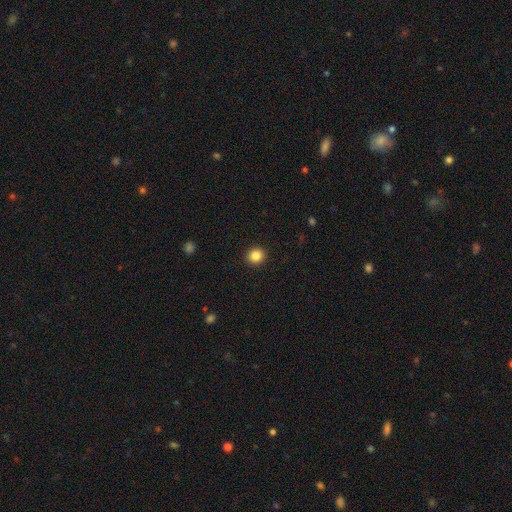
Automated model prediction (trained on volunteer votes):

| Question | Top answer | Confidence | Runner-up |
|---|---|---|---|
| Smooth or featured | smooth | 85% | star or artifact (11%) |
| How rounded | round | 89% | in between (10%) |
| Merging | none | 93% | minor disturbance (4%) |